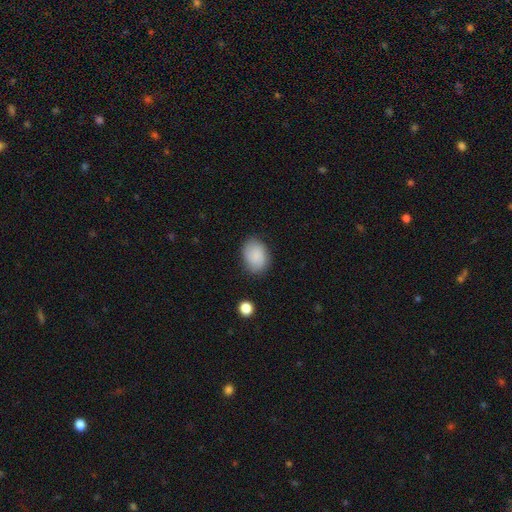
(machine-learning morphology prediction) Smooth or featured?
  - smooth: 81% *
  - featured or disk: 11%
  - star or artifact: 8%
How rounded?
  - in between: 73% *
  - round: 26%
  - cigar-shaped: 1%
Merging?
  - none: 80% *
  - minor disturbance: 15%
  - major disturbance: 4%
  - merger: 2%